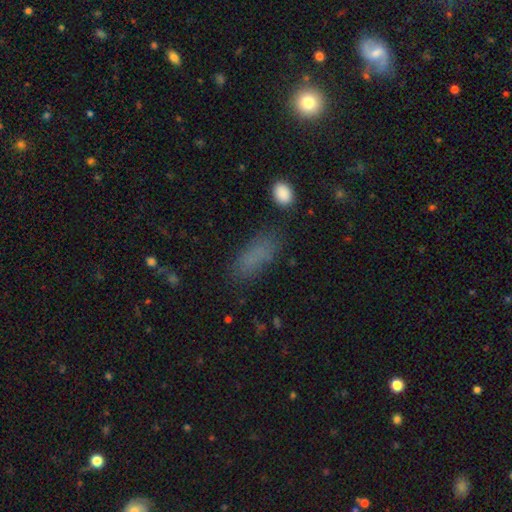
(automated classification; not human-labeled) Smooth or featured: smooth — 77% (star or artifact — 15%)
How rounded: in between — 68% (cigar-shaped — 28%)
Merging: none — 74% (minor disturbance — 17%)